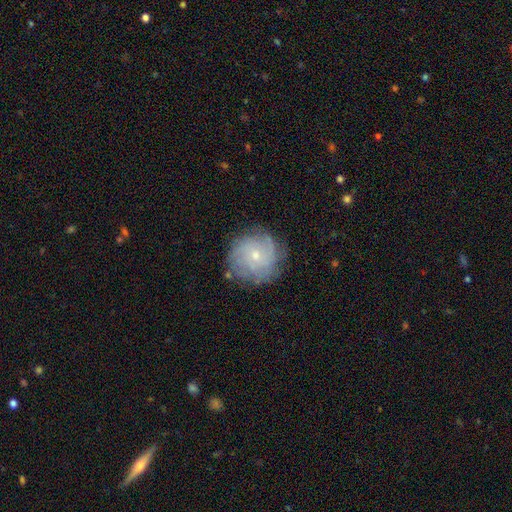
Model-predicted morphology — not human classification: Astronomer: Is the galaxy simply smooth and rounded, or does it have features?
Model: featured or disk — 61%.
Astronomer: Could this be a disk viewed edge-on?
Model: no — 97%.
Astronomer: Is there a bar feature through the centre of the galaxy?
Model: no — 77%.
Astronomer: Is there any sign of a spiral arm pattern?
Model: yes — 80%.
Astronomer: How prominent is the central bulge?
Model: small — 63%.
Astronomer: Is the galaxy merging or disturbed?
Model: none — 74%.